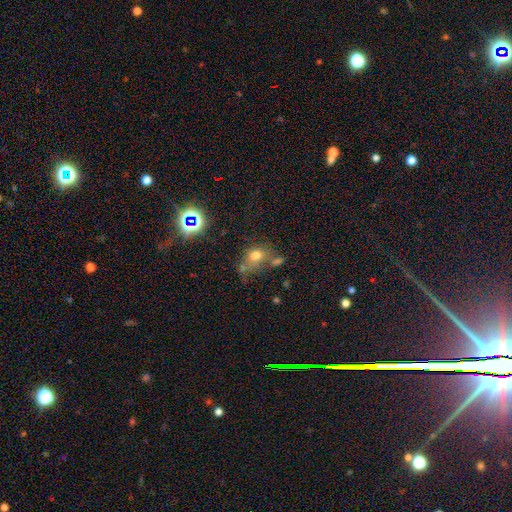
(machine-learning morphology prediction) Smooth or featured: smooth — 63% (star or artifact — 21%)
How rounded: in between — 60% (round — 38%)
Merging: none — 37% (merger — 28%)